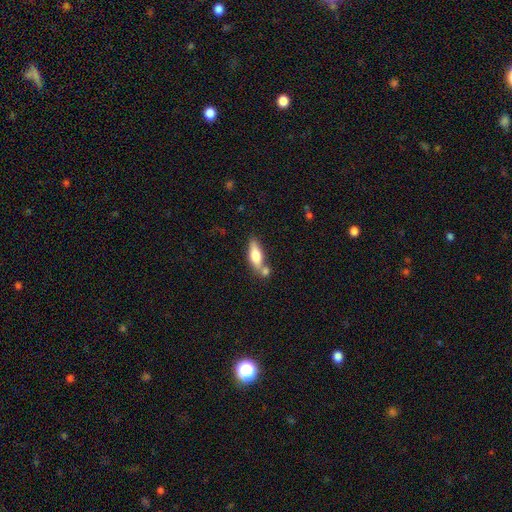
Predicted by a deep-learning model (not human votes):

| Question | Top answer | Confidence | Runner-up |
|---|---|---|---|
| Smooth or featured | smooth | 63% | featured or disk (31%) |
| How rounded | in between | 58% | cigar-shaped (39%) |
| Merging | none | 54% | merger (27%) |